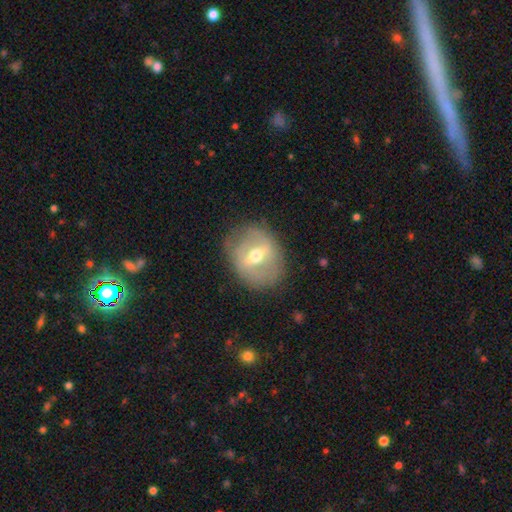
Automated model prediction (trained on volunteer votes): Smooth or featured? featured or disk (68%)
Edge-on disk? no (90%)
Bar? strong (50%)
Spiral arms? no (67%)
Bulge size? moderate (72%)
Merging? none (77%)